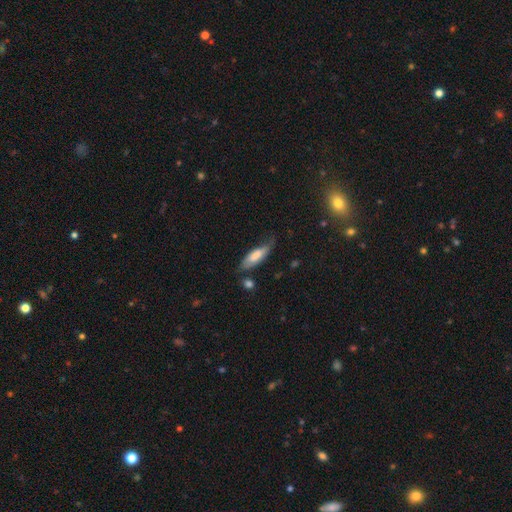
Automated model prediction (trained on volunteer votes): Overall: smooth (70%). How rounded: in between (58%; cigar-shaped 41%). Merging: none (50%; minor disturbance 34%).